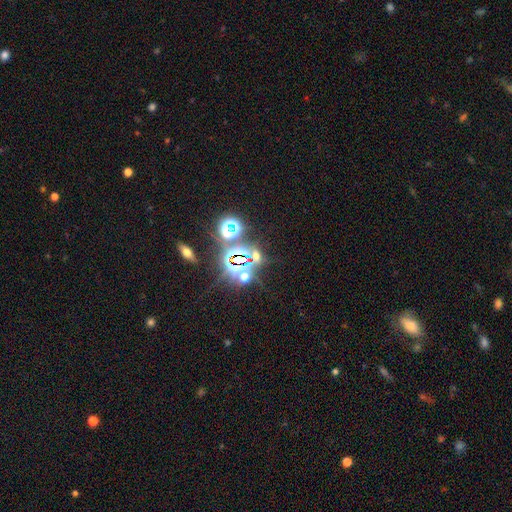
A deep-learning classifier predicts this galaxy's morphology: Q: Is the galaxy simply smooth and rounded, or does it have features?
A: star or artifact — 80%.